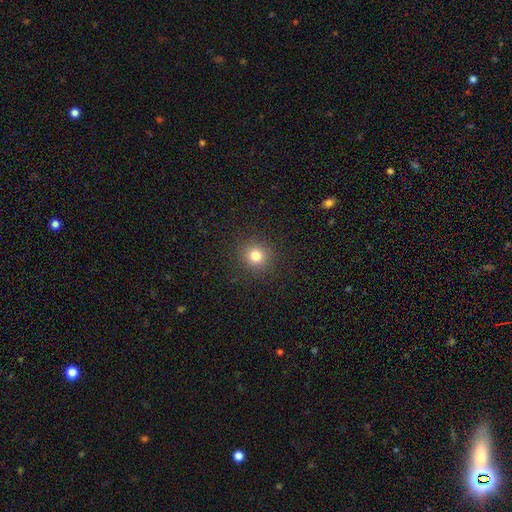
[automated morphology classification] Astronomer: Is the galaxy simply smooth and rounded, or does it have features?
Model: smooth — 80%.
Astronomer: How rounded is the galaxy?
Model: round — 92%.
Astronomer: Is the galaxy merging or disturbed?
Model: none — 91%.